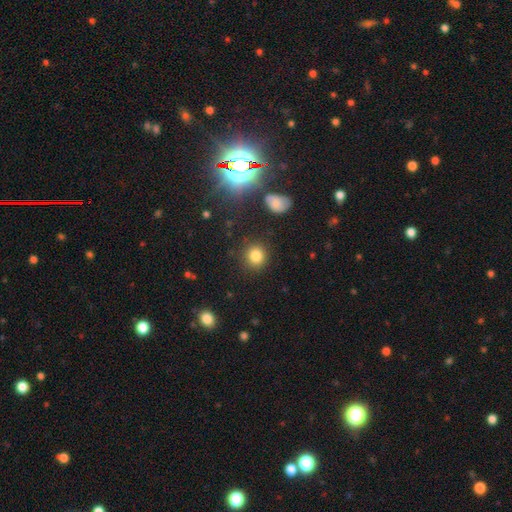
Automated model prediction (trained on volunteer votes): A smooth galaxy with no disk features (83%) that is round (86%). Merging: none (88%).